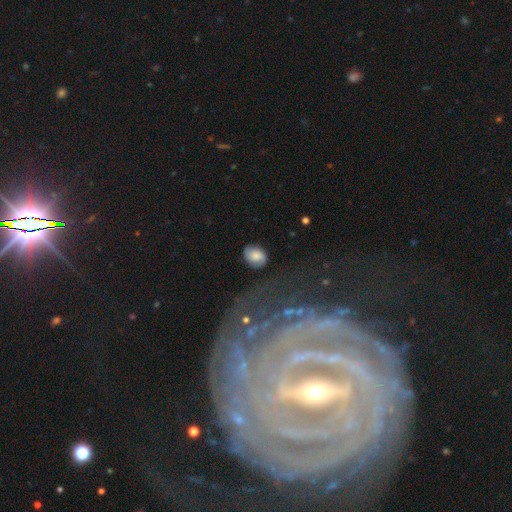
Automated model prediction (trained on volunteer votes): Morphology: type=smooth (68%); roundness=in between (62%); merging=none (76%).